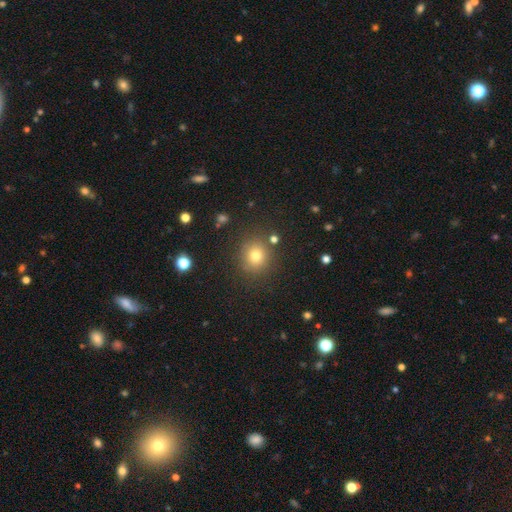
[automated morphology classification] Overall: smooth (76%). How rounded: round (88%). Merging: none (85%).